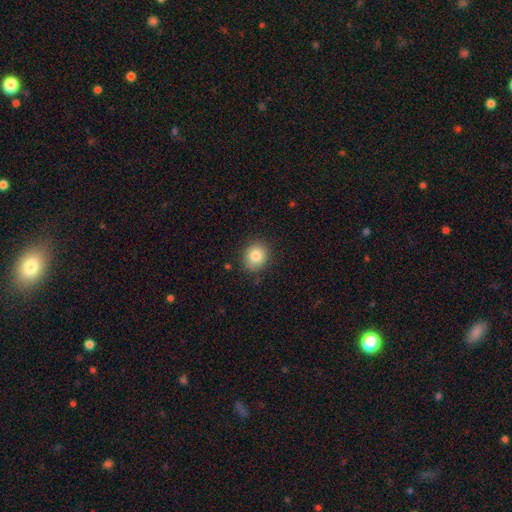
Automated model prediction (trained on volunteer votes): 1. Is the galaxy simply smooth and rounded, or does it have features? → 83% smooth, 10% star or artifact, 8% featured or disk.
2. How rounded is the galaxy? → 74% round, 25% in between, 1% cigar-shaped.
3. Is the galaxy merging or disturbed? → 85% none, 11% minor disturbance, 3% major disturbance, 1% merger.